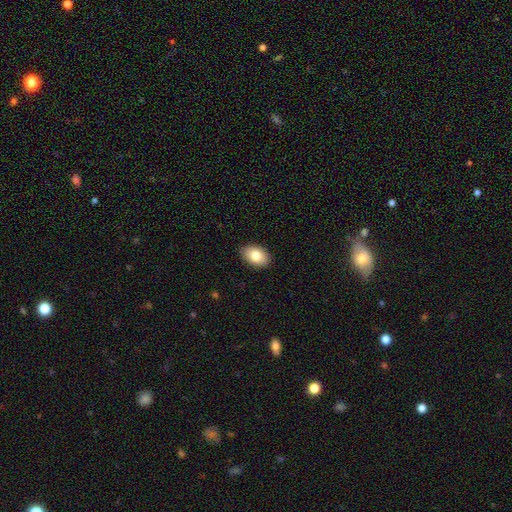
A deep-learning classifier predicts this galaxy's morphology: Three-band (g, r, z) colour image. It shows a smooth galaxy with no disk features (81%) that is in between round and cigar-shaped (87%). Merging: none (88%).